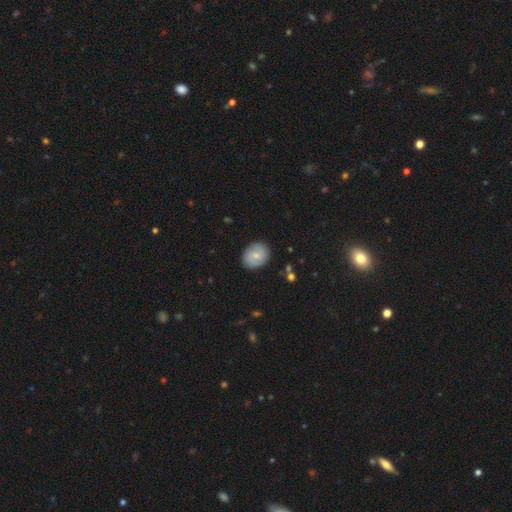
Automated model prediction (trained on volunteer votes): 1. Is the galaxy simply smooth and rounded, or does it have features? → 54% smooth, 39% featured or disk, 7% star or artifact.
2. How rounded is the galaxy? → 57% round, 42% in between, 1% cigar-shaped.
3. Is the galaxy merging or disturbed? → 86% none, 11% minor disturbance, 2% major disturbance, 1% merger.